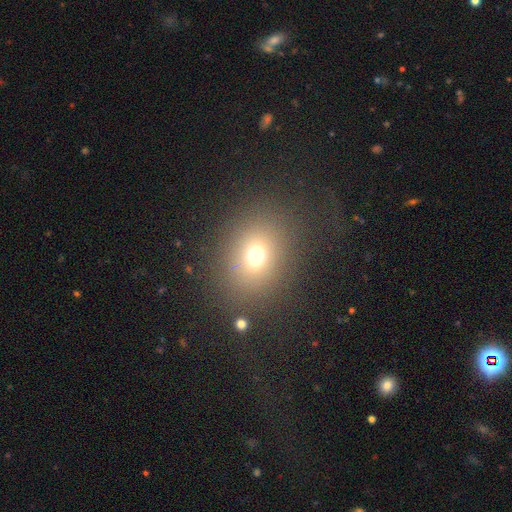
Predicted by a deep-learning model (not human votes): smooth 70%, star or artifact 19%, featured or disk 11%. Down the decision tree: how rounded — round (53%); merging — none (83%).